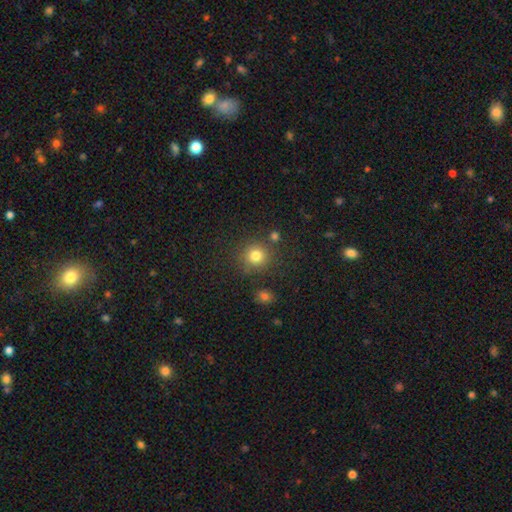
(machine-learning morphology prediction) Smooth or featured? Predicted: smooth (p=0.80). How rounded? Predicted: round (p=0.92). Merging? Predicted: none (p=0.81).